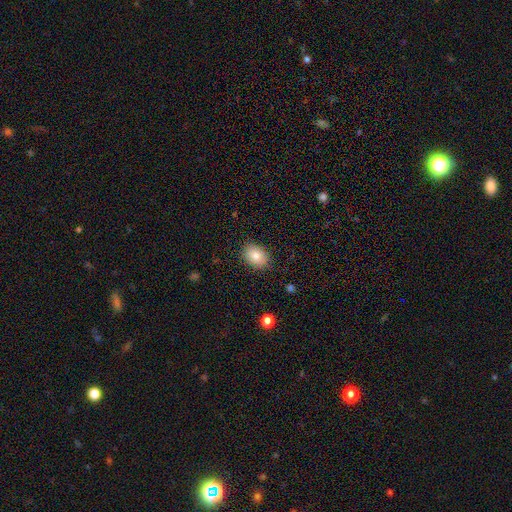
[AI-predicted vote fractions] Overall: smooth (83%). How rounded: in between (71%). Merging: none (86%).